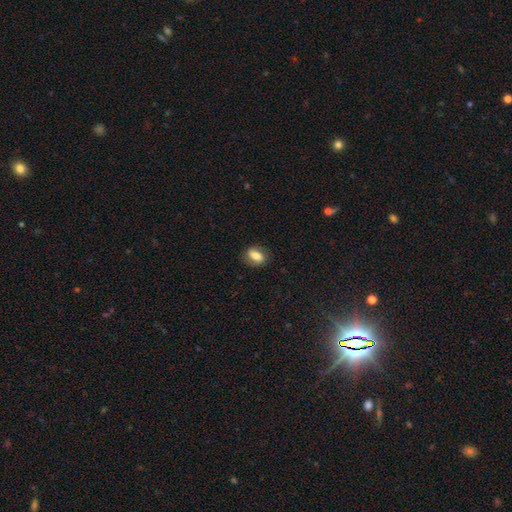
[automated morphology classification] smooth_or_featured: smooth (p=0.72) [alt: featured or disk p=0.19]
how_rounded: in between (p=0.79) [alt: round p=0.17]
merging: none (p=0.78) [alt: minor disturbance p=0.16]